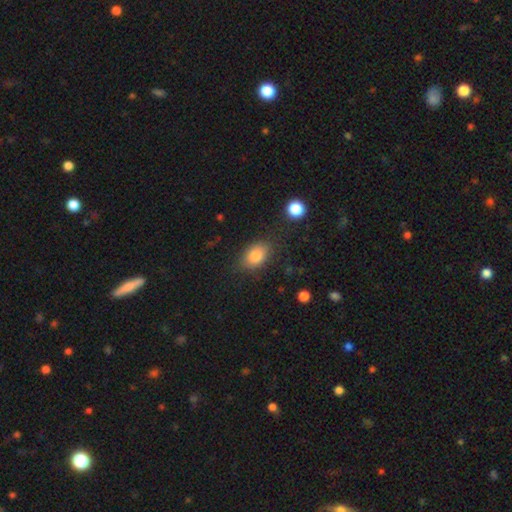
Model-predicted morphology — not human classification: Smooth or featured: smooth — 82% (star or artifact — 9%)
How rounded: in between — 80% (round — 18%)
Merging: none — 78% (minor disturbance — 15%)